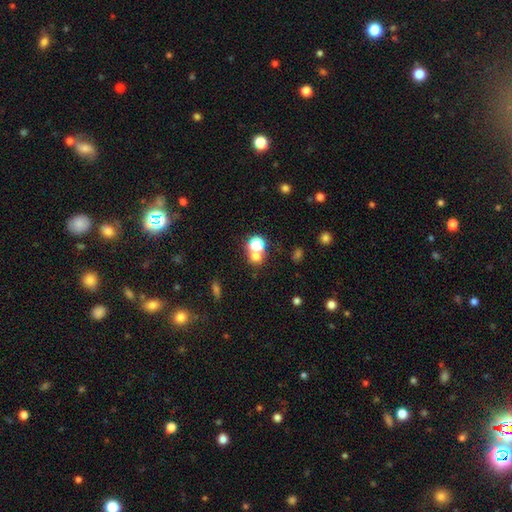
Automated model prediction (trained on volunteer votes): smooth_or_featured: smooth (p=0.63) [alt: star or artifact p=0.27]
how_rounded: round (p=0.80) [alt: in between p=0.19]
merging: none (p=0.51) [alt: merger p=0.38]